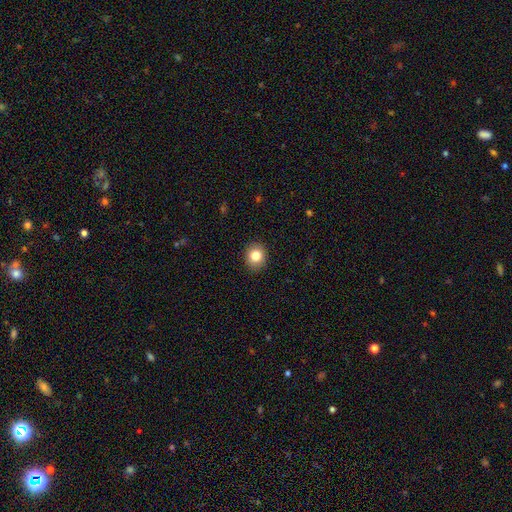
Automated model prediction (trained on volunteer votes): smooth_or_featured: smooth (p=0.83) [alt: star or artifact p=0.10]
how_rounded: round (p=0.71) [alt: in between p=0.28]
merging: none (p=0.90) [alt: minor disturbance p=0.07]